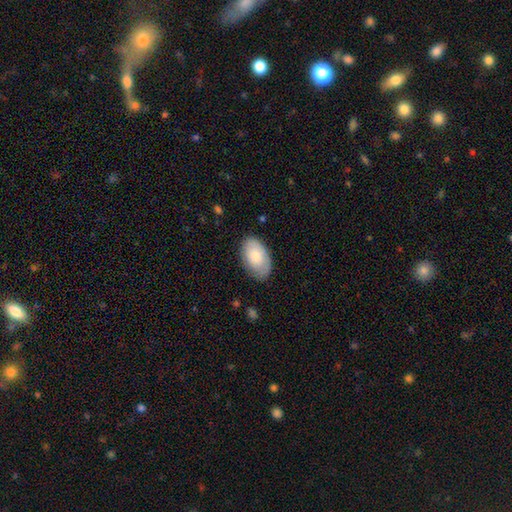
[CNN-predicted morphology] This is likely a smooth galaxy (80%). How rounded: clearly in between (95%). Merging: likely none (78%).